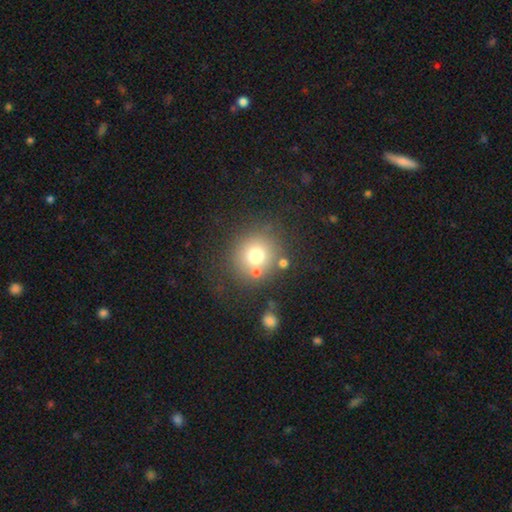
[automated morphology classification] Smooth or featured? smooth (71%)
How rounded? round (91%)
Merging? none (74%)